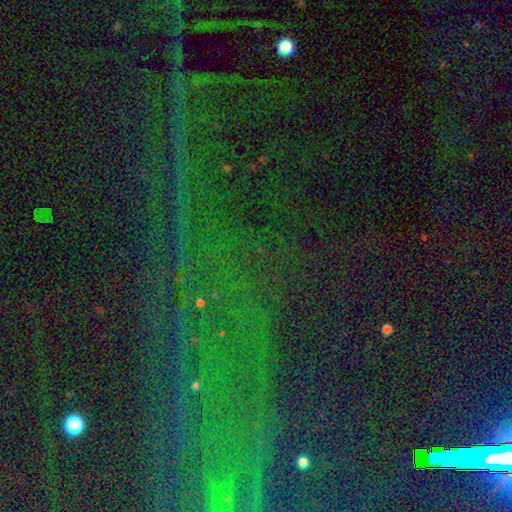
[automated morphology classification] Smooth or featured?
  - star or artifact: 84% *
  - smooth: 8%
  - featured or disk: 8%